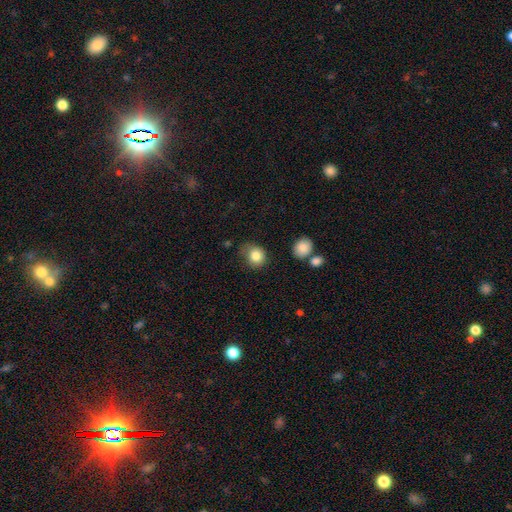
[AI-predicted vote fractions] smooth_or_featured: smooth (p=0.83) [alt: star or artifact p=0.10]
how_rounded: round (p=0.75) [alt: in between p=0.24]
merging: none (p=0.62) [alt: minor disturbance p=0.27]